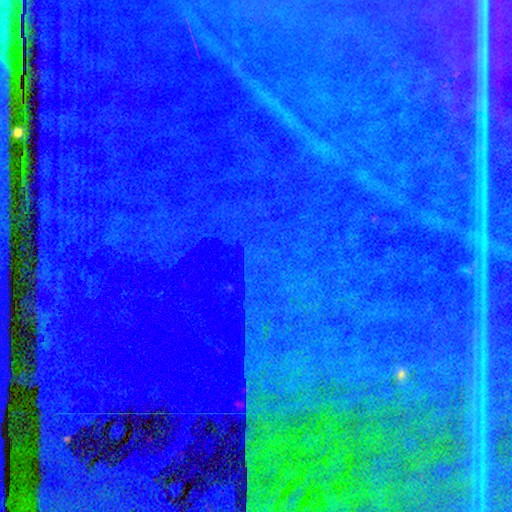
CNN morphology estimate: smooth_or_featured: star or artifact (p=0.86) [alt: smooth p=0.07]